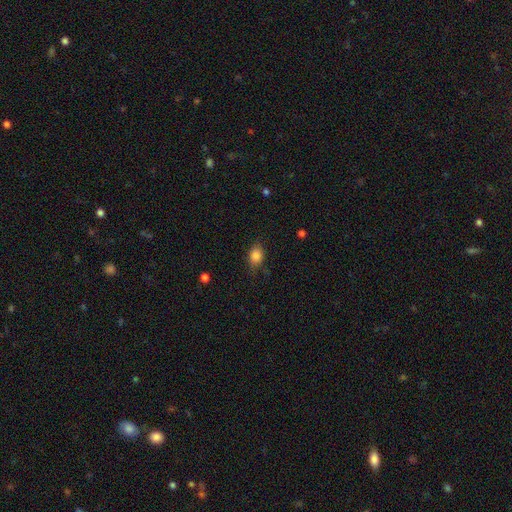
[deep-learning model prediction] The model was most divided on "how rounded": in between: 69%, round: 29%, cigar-shaped: 2%. More confident: smooth or featured — smooth (85%); merging — none (72%).